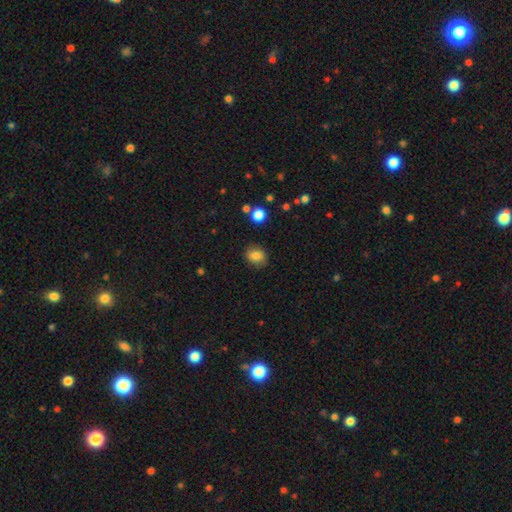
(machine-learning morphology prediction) Smooth or featured? Predicted: smooth (p=0.83). How rounded? Predicted: round (p=0.56). Merging? Predicted: none (p=0.86).